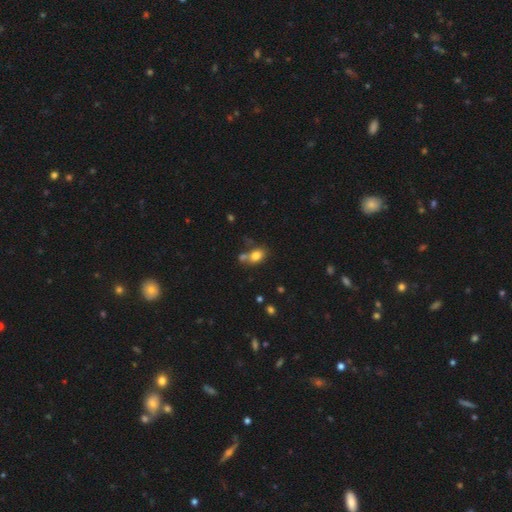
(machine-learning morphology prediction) The model was most divided on "merging": none: 48%, merger: 30%, minor disturbance: 16%, major disturbance: 7%. More confident: smooth or featured — smooth (79%); how rounded — in between (74%).